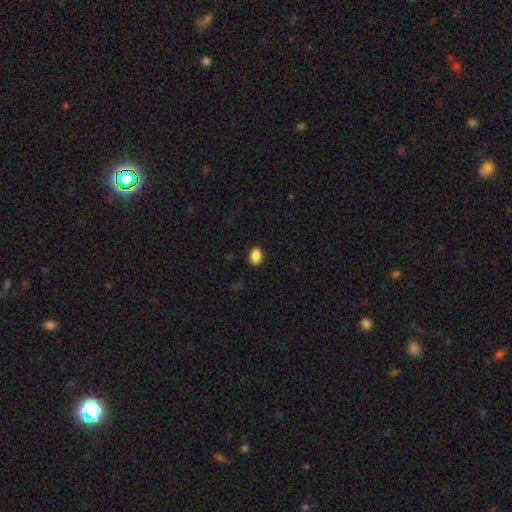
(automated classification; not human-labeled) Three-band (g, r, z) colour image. It shows a smooth galaxy with no disk features (89%) that is in between round and cigar-shaped (77%). Merging: none (89%).